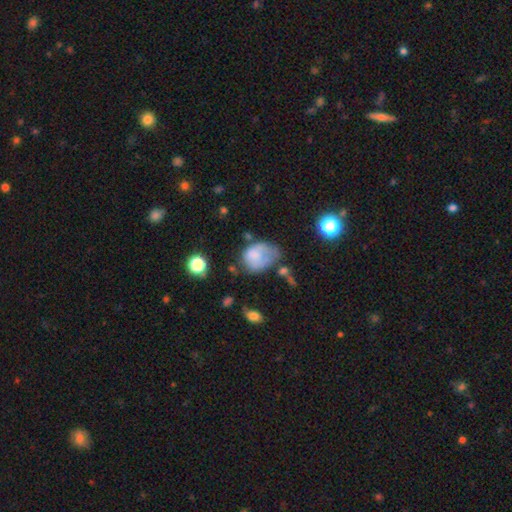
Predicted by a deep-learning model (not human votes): A smooth galaxy with no disk features (65%) that is in between round and cigar-shaped (68%).

Vote fractions:
- Smooth or featured? smooth: 65% / featured or disk: 24% / star or artifact: 11%
- How rounded? in between: 68% / round: 31% / cigar-shaped: 1%
- Merging? major disturbance: 32% / minor disturbance: 31% / none: 29% / merger: 8%